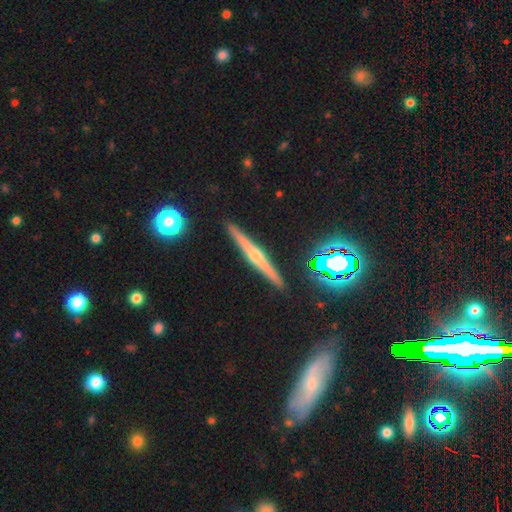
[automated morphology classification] smooth-or-featured: featured or disk: 73% | smooth: 18% | star or artifact: 10%
  disk-edge-on: yes: 98% | no: 2%
    edge-on-bulge: rounded: 86% | none: 9% | boxy: 5%
  merging: none: 91% | minor disturbance: 6% | merger: 1% | major disturbance: 1%